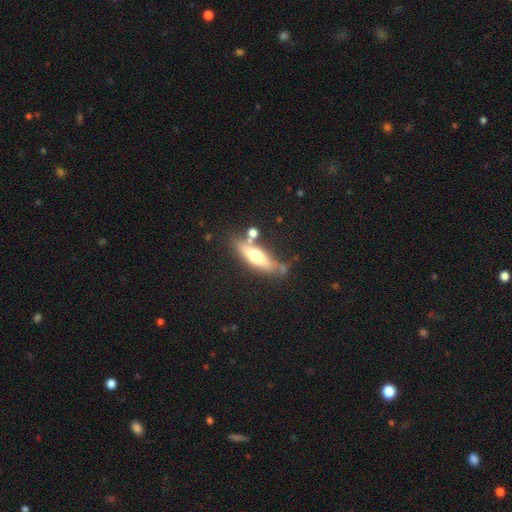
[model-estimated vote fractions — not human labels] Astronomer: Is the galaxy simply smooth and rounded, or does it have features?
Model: smooth — 50% (runner-up: featured or disk, 43%).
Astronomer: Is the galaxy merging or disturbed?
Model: none — 66%.